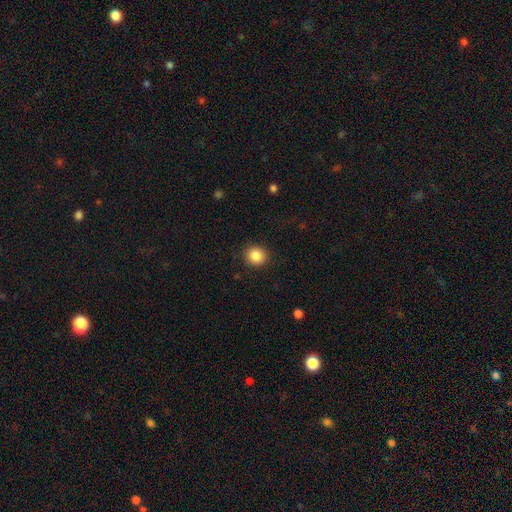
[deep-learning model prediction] smooth-or-featured: smooth: 87% | star or artifact: 9% | featured or disk: 4%
  how-rounded: round: 87% | in between: 12% | cigar-shaped: 1%
  merging: none: 90% | minor disturbance: 7% | major disturbance: 2% | merger: 1%